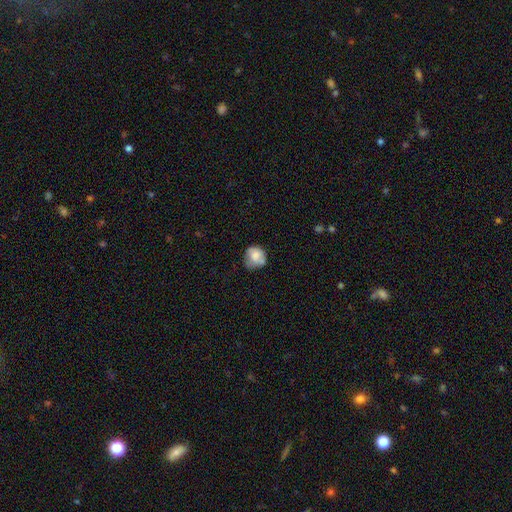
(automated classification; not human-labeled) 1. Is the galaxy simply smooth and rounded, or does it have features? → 73% smooth, 18% featured or disk, 8% star or artifact.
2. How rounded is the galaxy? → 82% round, 17% in between, 1% cigar-shaped.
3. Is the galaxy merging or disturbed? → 52% none, 30% minor disturbance, 10% major disturbance, 8% merger.